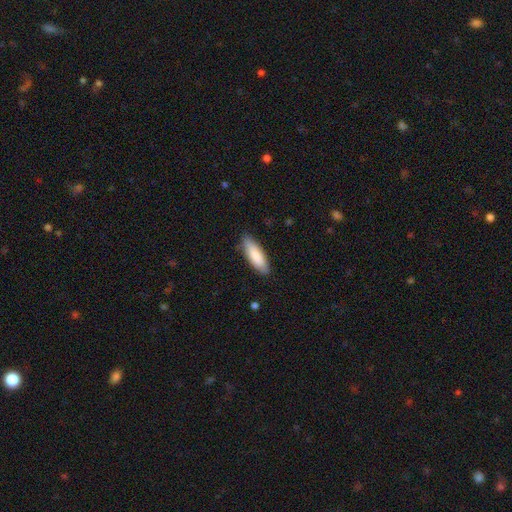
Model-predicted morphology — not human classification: Overall: smooth (85%). How rounded: in between (54%; cigar-shaped 44%). Merging: none (84%).